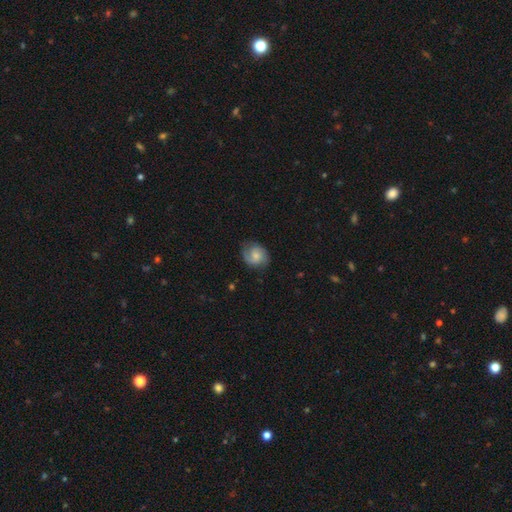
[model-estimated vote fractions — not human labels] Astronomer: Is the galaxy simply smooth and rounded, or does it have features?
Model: featured or disk — 52% (runner-up: smooth, 40%).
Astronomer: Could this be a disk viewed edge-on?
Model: no — 97%.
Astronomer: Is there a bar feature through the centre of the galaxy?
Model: no — 66%.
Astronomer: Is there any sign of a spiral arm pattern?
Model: yes — 90%.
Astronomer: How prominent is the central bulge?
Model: small — 43% (runner-up: moderate, 41%).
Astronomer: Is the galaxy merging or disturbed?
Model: none — 70%.